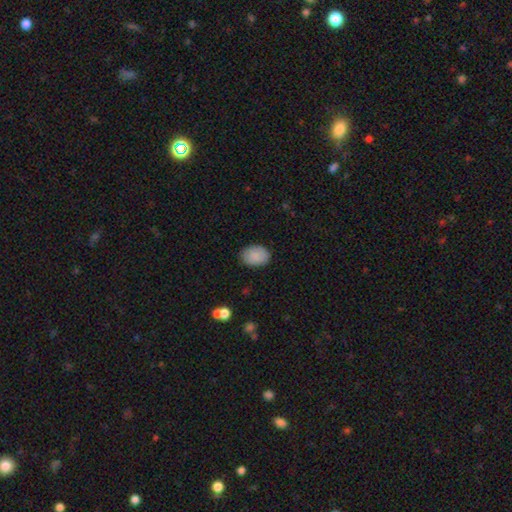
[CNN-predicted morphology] Smooth or featured? Predicted: smooth (p=0.88). How rounded? Predicted: in between (p=0.79). Merging? Predicted: none (p=0.85).